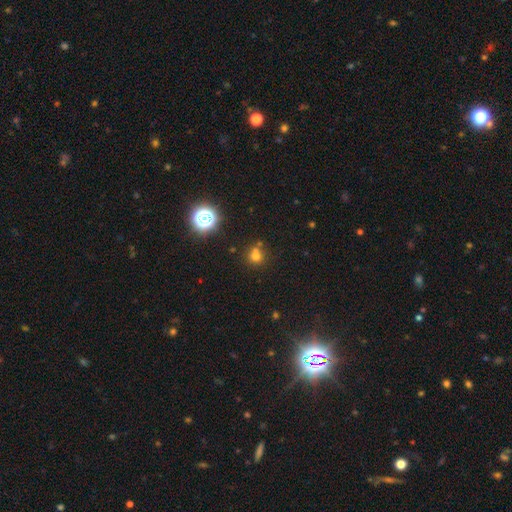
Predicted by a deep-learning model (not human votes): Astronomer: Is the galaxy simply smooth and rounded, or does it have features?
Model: smooth — 67%.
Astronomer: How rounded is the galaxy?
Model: round — 87%.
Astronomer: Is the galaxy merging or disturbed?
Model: none — 60%.